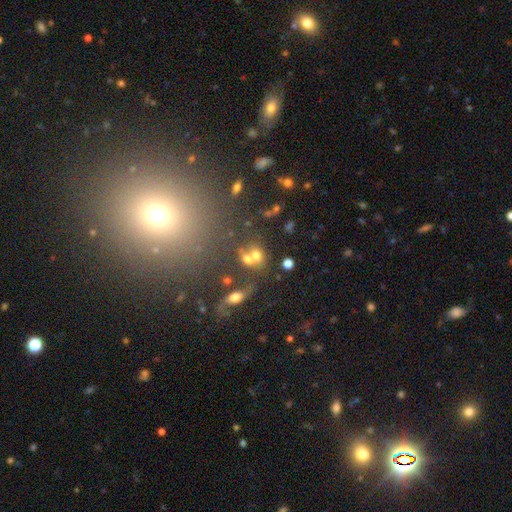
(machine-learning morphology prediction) Smooth or featured?
  - smooth: 63% *
  - featured or disk: 23%
  - star or artifact: 15%
How rounded?
  - in between: 49% *
  - round: 48%
  - cigar-shaped: 2%
Merging?
  - merger: 48% *
  - none: 33%
  - minor disturbance: 11%
  - major disturbance: 8%